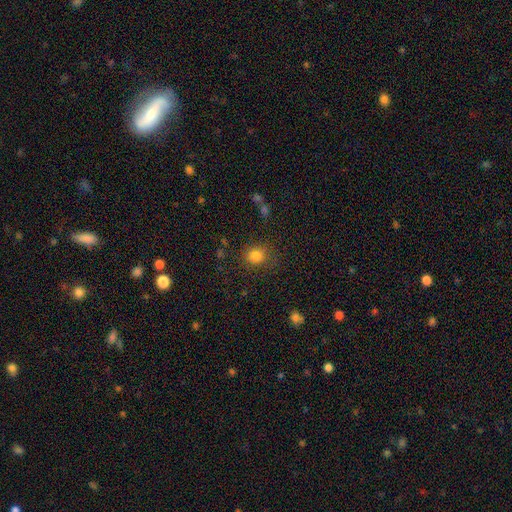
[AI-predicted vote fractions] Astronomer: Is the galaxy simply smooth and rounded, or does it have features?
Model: smooth — 82%.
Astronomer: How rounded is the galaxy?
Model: round — 77%.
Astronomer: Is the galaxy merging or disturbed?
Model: none — 81%.